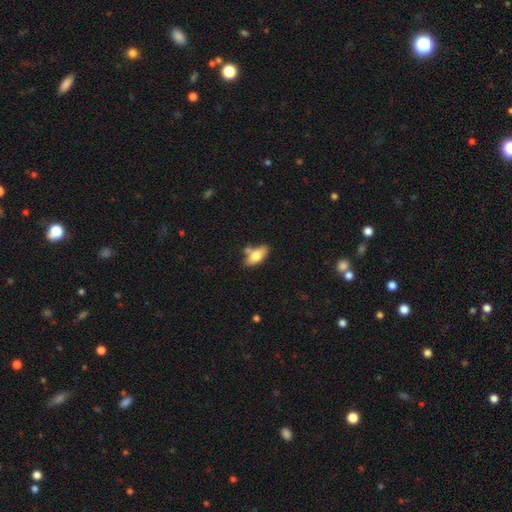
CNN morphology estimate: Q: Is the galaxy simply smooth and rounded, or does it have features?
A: smooth — 70%.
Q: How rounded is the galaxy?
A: in between — 84%.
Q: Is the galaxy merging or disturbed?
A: none — 61%.